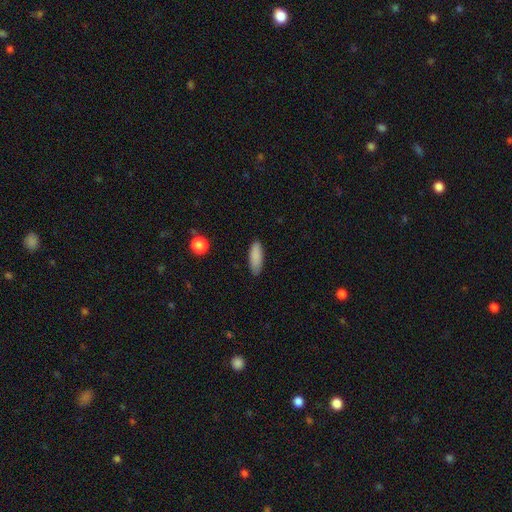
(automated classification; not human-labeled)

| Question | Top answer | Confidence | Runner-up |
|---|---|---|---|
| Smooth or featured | smooth | 87% | star or artifact (7%) |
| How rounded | in between | 63% | cigar-shaped (35%) |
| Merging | none | 84% | minor disturbance (12%) |